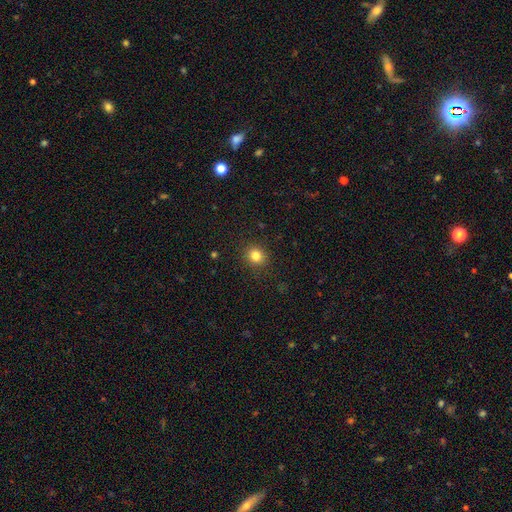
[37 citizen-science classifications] smooth_or_featured: smooth (p=0.86) [alt: featured or disk p=0.08]
how_rounded: round (p=0.84) [alt: in between p=0.16]
merging: none (p=0.86) [alt: minor disturbance p=0.11]